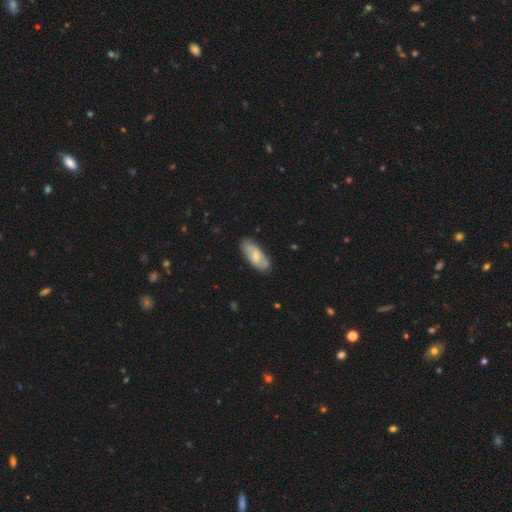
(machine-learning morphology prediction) A smooth galaxy with no disk features (60%) that is in between round and cigar-shaped (83%). Merging: none (81%).